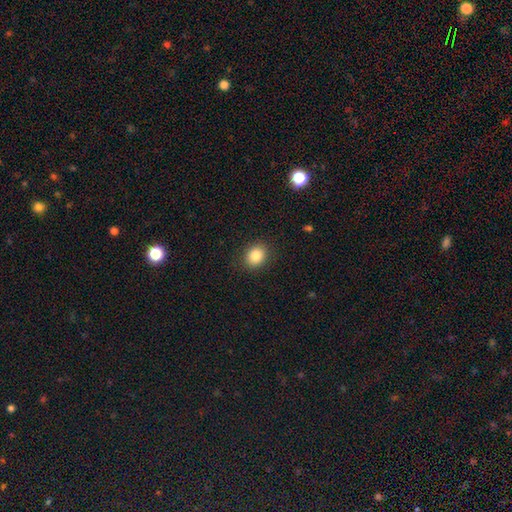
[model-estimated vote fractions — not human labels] Smooth or featured? Predicted: smooth (p=0.84). How rounded? Predicted: round (p=0.58). Merging? Predicted: none (p=0.89).